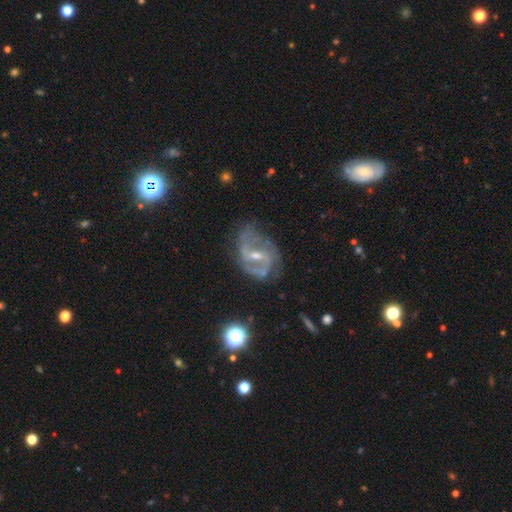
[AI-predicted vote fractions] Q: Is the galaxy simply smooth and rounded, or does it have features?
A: featured or disk — 85%.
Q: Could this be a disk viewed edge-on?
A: no — 97%.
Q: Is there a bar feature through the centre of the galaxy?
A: weak — 48%.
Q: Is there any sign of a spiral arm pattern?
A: yes — 92%.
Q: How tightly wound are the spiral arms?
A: medium — 49%.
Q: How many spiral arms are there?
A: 2 — 77%.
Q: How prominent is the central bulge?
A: small — 52%.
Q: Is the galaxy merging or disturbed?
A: none — 60%.